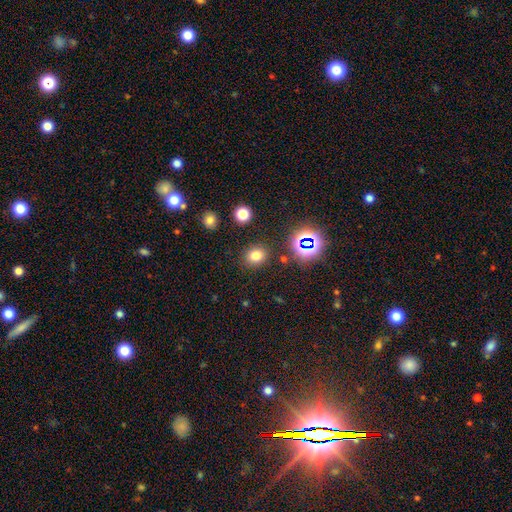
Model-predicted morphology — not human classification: smooth-or-featured: smooth: 73% | star or artifact: 19% | featured or disk: 7%
  how-rounded: round: 63% | in between: 36% | cigar-shaped: 1%
  merging: none: 85% | minor disturbance: 8% | merger: 3% | major disturbance: 3%